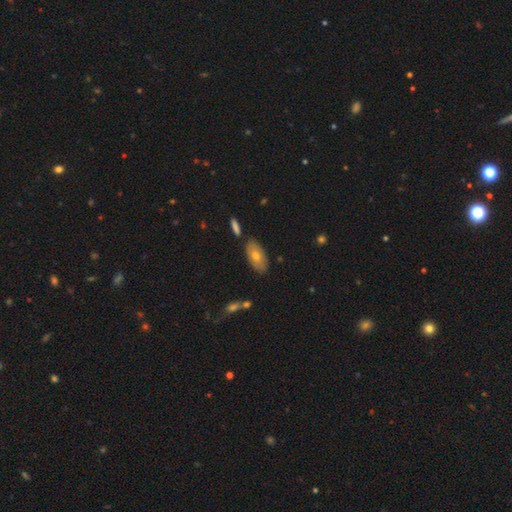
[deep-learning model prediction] smooth_or_featured: smooth (p=0.64) [alt: featured or disk p=0.28]
how_rounded: in between (p=0.91) [alt: cigar-shaped p=0.06]
merging: none (p=0.80) [alt: minor disturbance p=0.12]